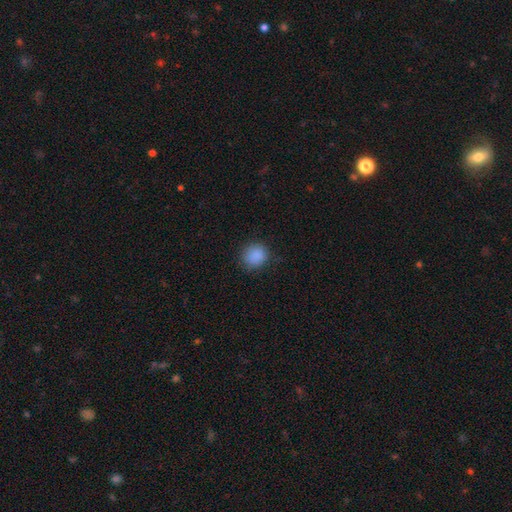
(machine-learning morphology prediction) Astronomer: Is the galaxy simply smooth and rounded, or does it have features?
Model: smooth — 87%.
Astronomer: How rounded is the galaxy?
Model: round — 82%.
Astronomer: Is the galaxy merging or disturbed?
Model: none — 81%.